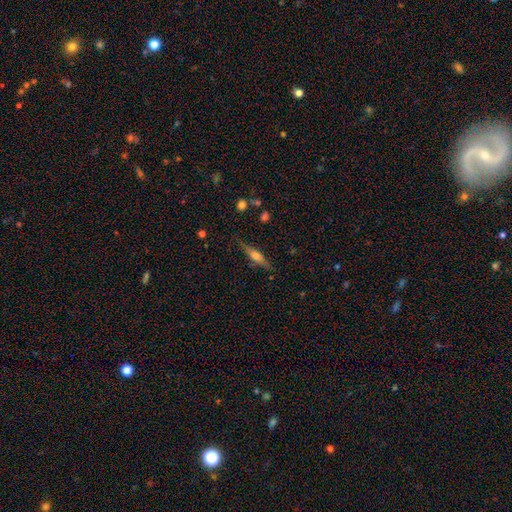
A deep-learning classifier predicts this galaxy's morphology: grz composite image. It shows a featured or disk galaxy (57%) viewed edge-on (94%) with a rounded central bulge (76%). Merging: none (82%).